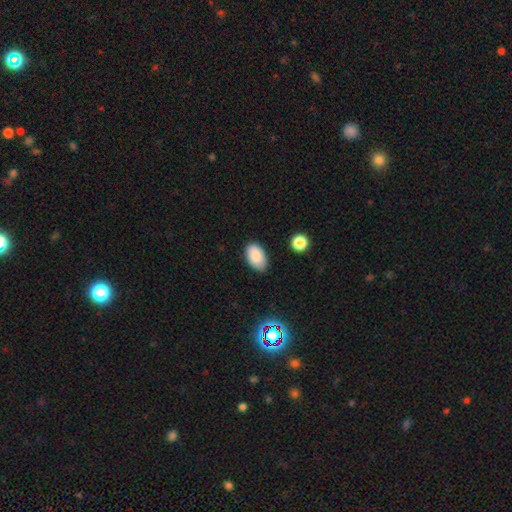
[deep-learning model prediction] Morphology: type=smooth (86%); roundness=in between (93%); merging=none (82%).